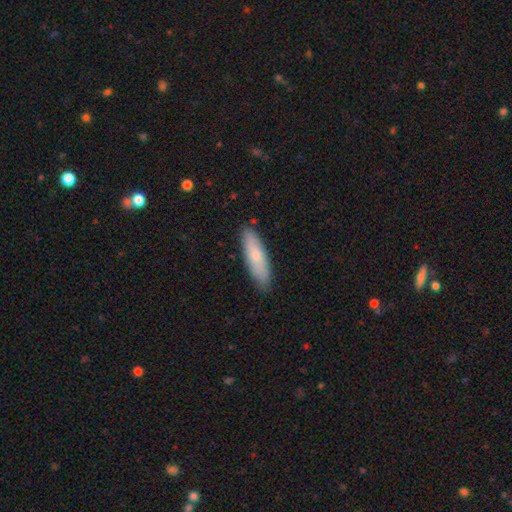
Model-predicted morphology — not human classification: smooth_or_featured: smooth (p=0.73) [alt: featured or disk p=0.21]
how_rounded: cigar-shaped (p=0.61) [alt: in between p=0.38]
merging: none (p=0.87) [alt: minor disturbance p=0.10]